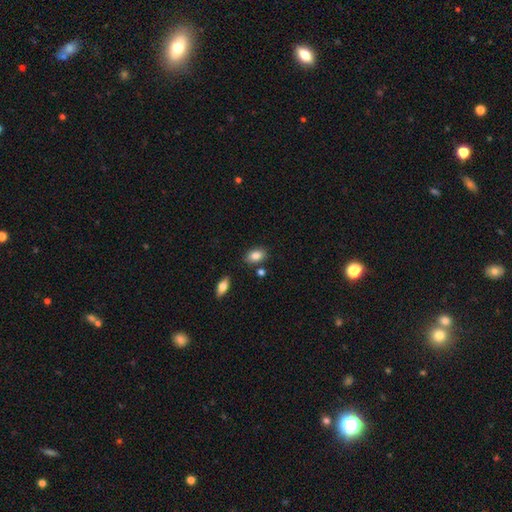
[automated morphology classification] type=smooth (85%); roundness=in between (87%); merging=none (80%).